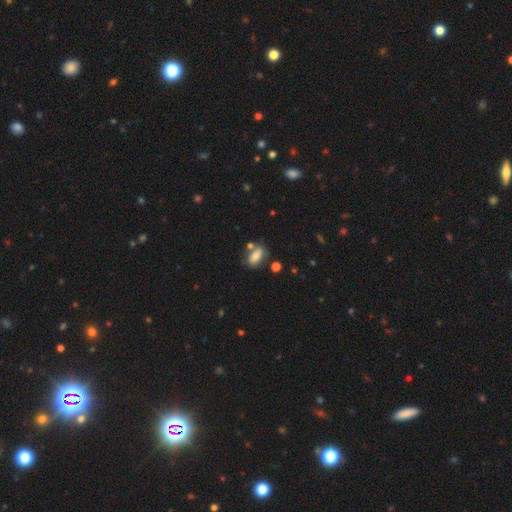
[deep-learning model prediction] smooth_or_featured: smooth (p=0.71) [alt: featured or disk p=0.19]
how_rounded: in between (p=0.83) [alt: round p=0.09]
merging: none (p=0.65) [alt: minor disturbance p=0.16]